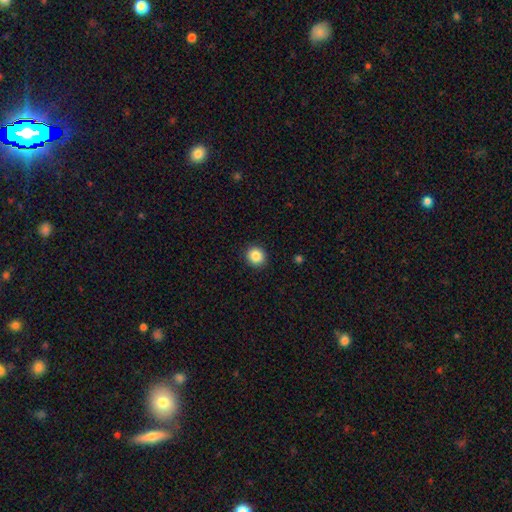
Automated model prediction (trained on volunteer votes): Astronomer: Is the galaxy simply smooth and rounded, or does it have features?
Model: smooth — 87%.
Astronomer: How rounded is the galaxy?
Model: round — 87%.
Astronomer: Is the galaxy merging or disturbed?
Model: none — 91%.